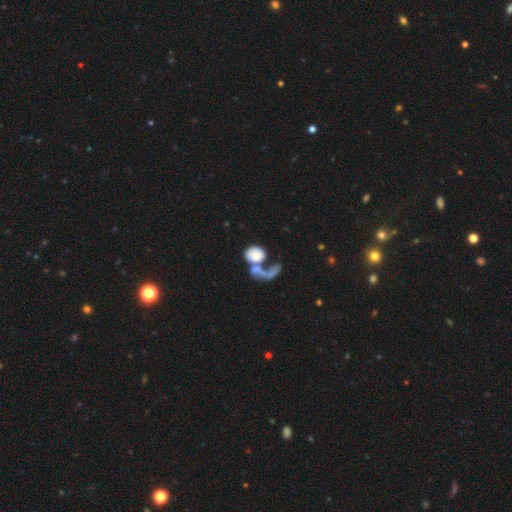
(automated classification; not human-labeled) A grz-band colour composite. It shows a smooth galaxy with no disk features (58%) that is round (58%). Merging: merger (53%).